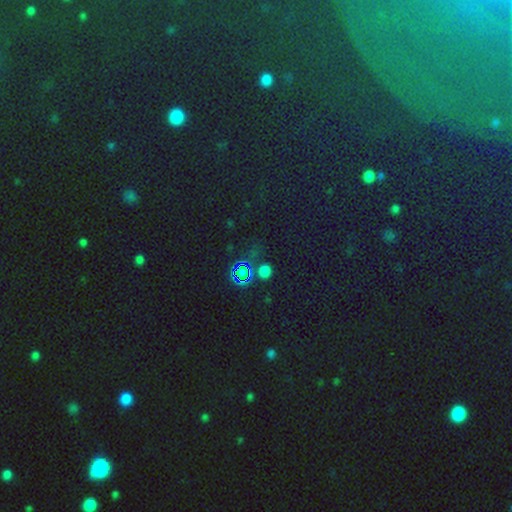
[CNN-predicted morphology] This appears to be a star or artifact, not a galaxy (74%).